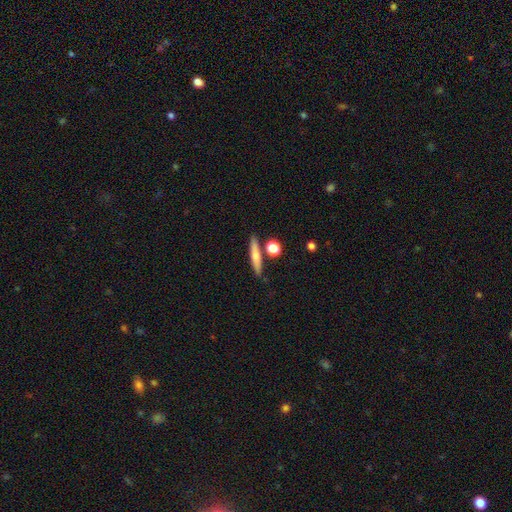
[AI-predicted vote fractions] Smooth or featured?
  - smooth: 65% *
  - featured or disk: 28%
  - star or artifact: 7%
How rounded?
  - cigar-shaped: 83% *
  - in between: 11%
  - round: 6%
Merging?
  - none: 80% *
  - minor disturbance: 9%
  - merger: 9%
  - major disturbance: 3%